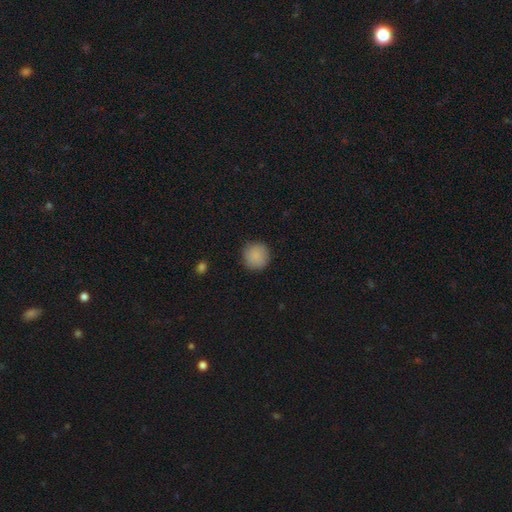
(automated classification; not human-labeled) smooth_or_featured: smooth (p=0.87) [alt: star or artifact p=0.07]
how_rounded: round (p=0.93) [alt: in between p=0.06]
merging: none (p=0.85) [alt: minor disturbance p=0.11]